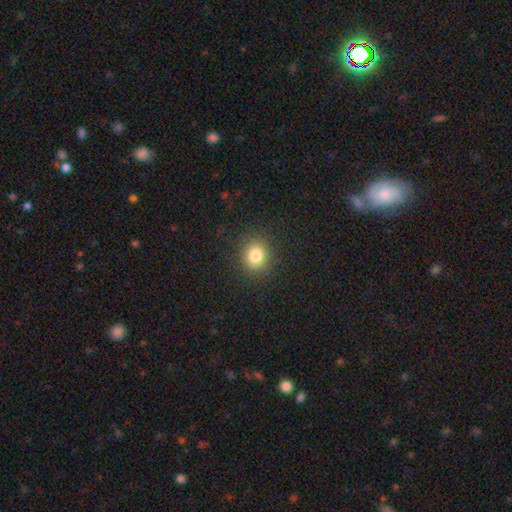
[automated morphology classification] A smooth galaxy with no disk features (81%) that is round (76%).

Vote fractions:
- Smooth or featured? smooth: 81% / star or artifact: 12% / featured or disk: 6%
- How rounded? round: 76% / in between: 23% / cigar-shaped: 1%
- Merging? none: 89% / minor disturbance: 7% / major disturbance: 3% / merger: 1%